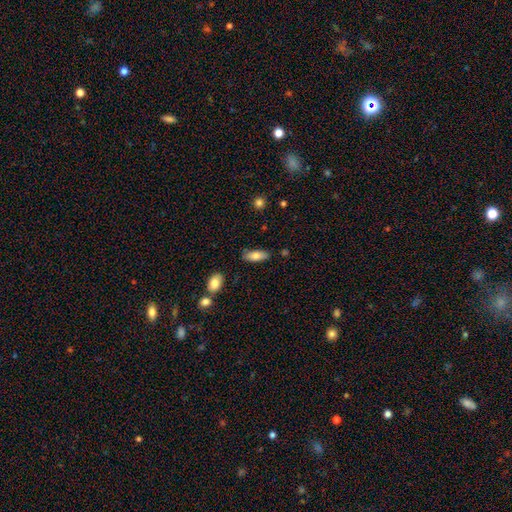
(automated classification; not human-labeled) Smooth or featured?
  - smooth: 80% *
  - featured or disk: 13%
  - star or artifact: 7%
How rounded?
  - in between: 77% *
  - cigar-shaped: 21%
  - round: 2%
Merging?
  - none: 80% *
  - minor disturbance: 14%
  - merger: 3%
  - major disturbance: 3%